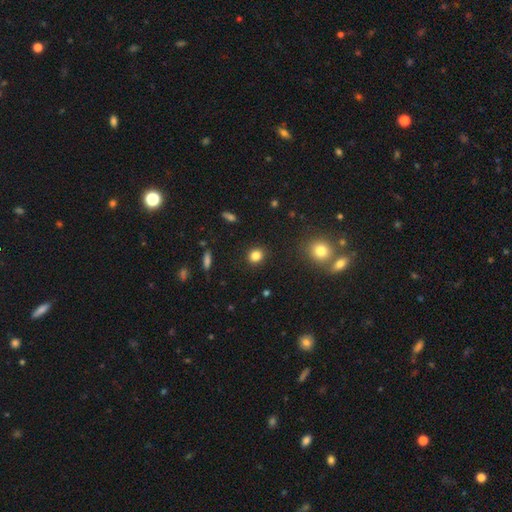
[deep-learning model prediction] A smooth galaxy with no disk features (83%) that is round (78%).

Vote fractions:
- Smooth or featured? smooth: 83% / star or artifact: 12% / featured or disk: 5%
- How rounded? round: 78% / in between: 20% / cigar-shaped: 1%
- Merging? none: 90% / minor disturbance: 6% / major disturbance: 2% / merger: 1%